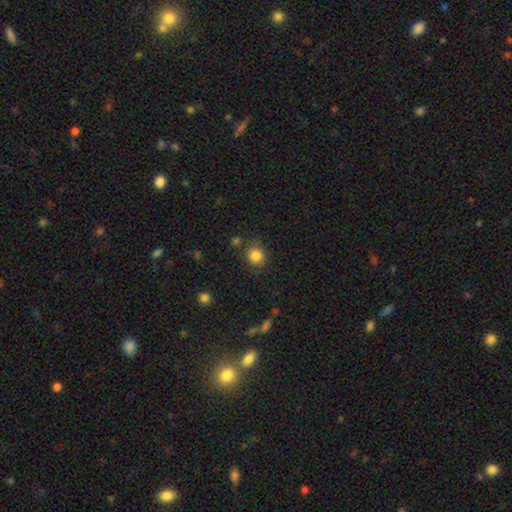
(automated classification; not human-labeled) Smooth or featured: smooth — 84% (star or artifact — 11%)
How rounded: round — 89% (in between — 10%)
Merging: none — 83% (minor disturbance — 10%)